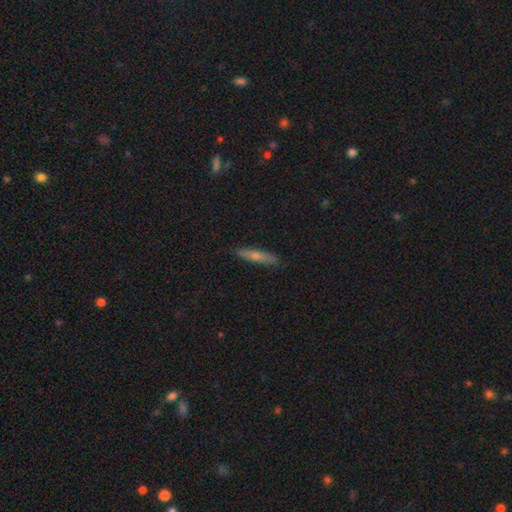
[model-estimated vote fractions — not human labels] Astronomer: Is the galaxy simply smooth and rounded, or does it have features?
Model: smooth — 54% (runner-up: featured or disk, 38%).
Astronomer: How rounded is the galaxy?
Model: cigar-shaped — 88%.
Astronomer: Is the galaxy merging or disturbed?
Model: none — 88%.